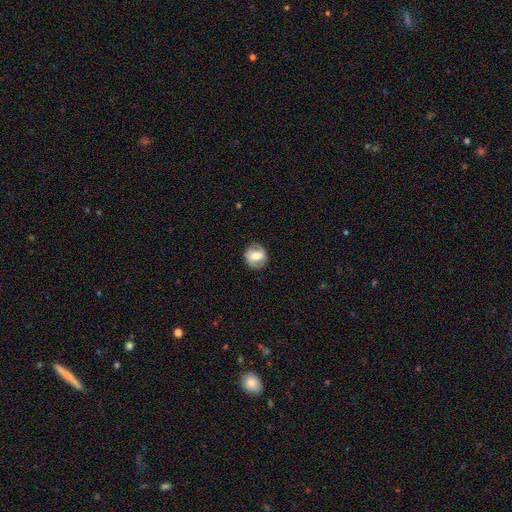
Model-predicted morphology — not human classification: type=featured or disk (50%); merging=none (83%).